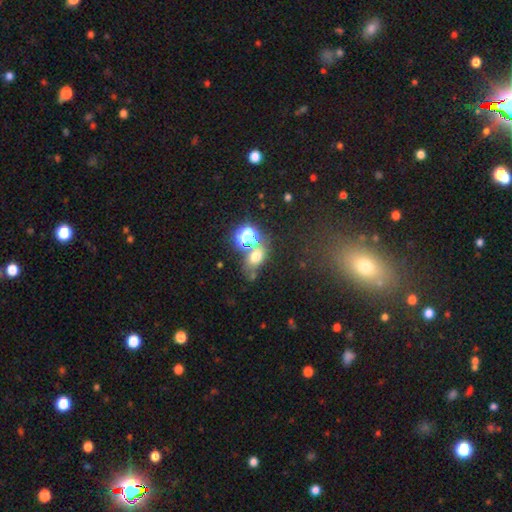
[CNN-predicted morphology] Overall: smooth (61%; star or artifact 27%). How rounded: in between (56%; round 42%). Merging: none (54%; merger 25%).